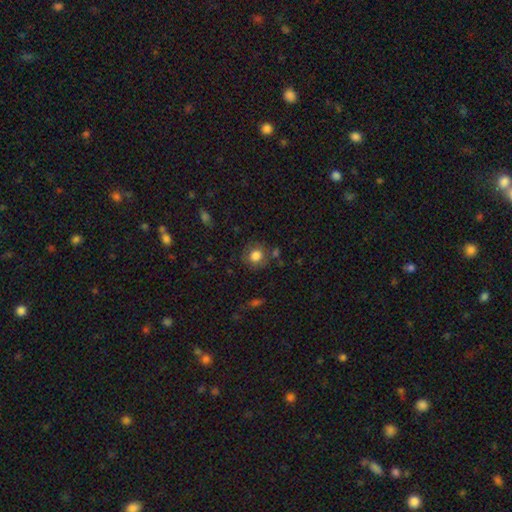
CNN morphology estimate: smooth_or_featured: smooth (p=0.80) [alt: featured or disk p=0.11]
how_rounded: round (p=0.81) [alt: in between p=0.18]
merging: none (p=0.75) [alt: minor disturbance p=0.15]